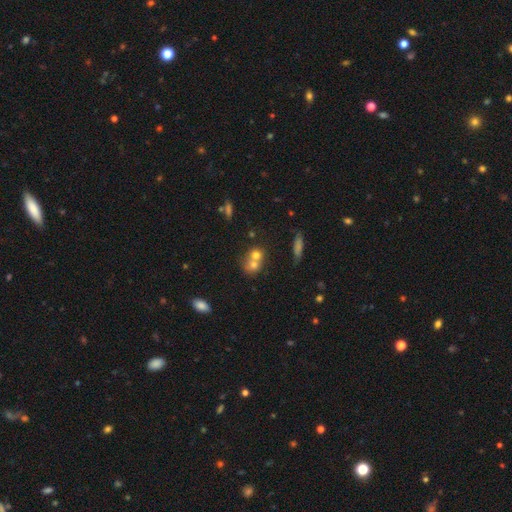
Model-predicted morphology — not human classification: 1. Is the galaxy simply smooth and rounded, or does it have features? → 65% smooth, 21% featured or disk, 14% star or artifact.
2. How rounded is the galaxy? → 70% round, 28% in between, 2% cigar-shaped.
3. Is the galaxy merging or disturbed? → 62% merger, 28% none, 6% minor disturbance, 3% major disturbance.